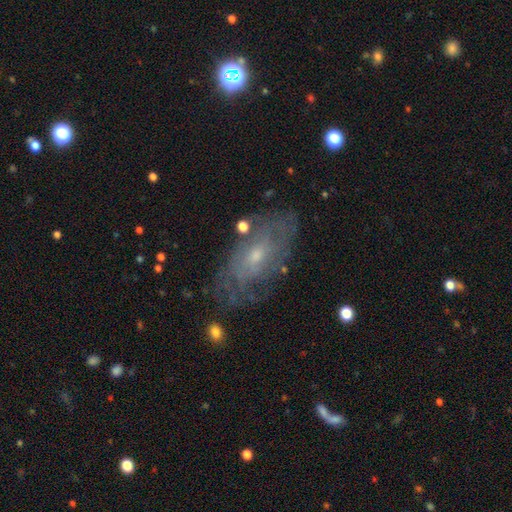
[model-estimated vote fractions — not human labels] Q: Smooth or featured?
A: featured or disk (66%); runner-up: smooth (24%)
Q: Edge-on disk?
A: no (90%); runner-up: yes (10%)
Q: Bar?
A: no (73%); runner-up: weak (23%)
Q: Spiral arms?
A: yes (72%); runner-up: no (28%)
Q: Bulge size?
A: small (62%); runner-up: moderate (33%)
Q: Merging?
A: none (73%); runner-up: minor disturbance (18%)